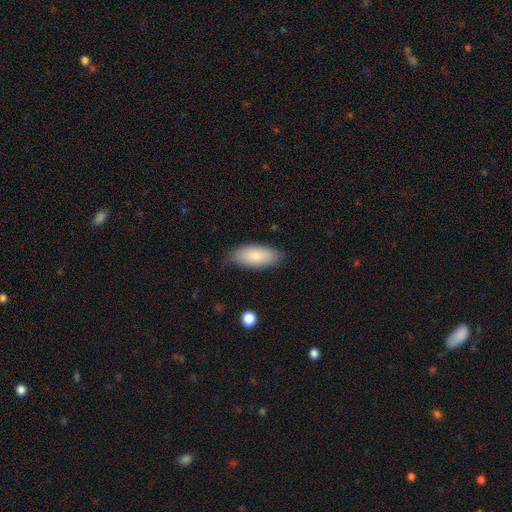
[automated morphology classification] Q: Smooth or featured?
A: smooth (81%); runner-up: featured or disk (13%)
Q: How rounded?
A: in between (87%); runner-up: cigar-shaped (11%)
Q: Merging?
A: none (77%); runner-up: minor disturbance (18%)